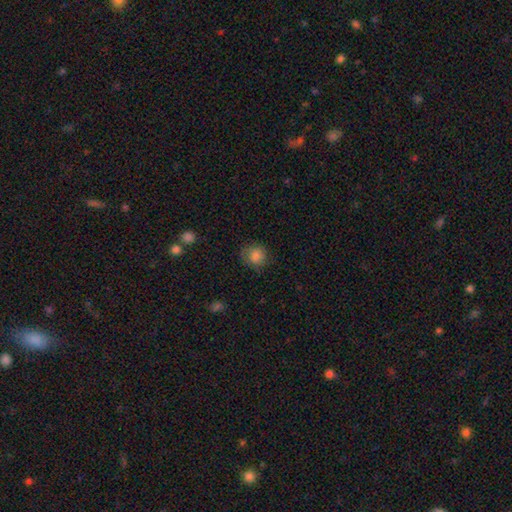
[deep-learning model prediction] smooth 84%, star or artifact 10%, featured or disk 6%. Down the decision tree: how rounded — round (83%); merging — none (74%).